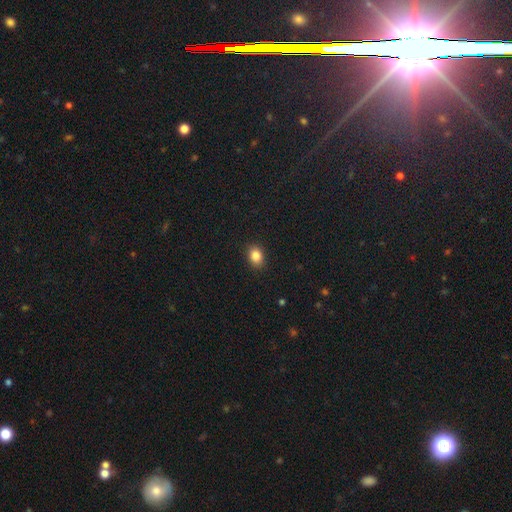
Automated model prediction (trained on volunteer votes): The model was most divided on "how rounded": in between: 64%, round: 35%, cigar-shaped: 1%. More confident: merging — none (89%); smooth or featured — smooth (86%).